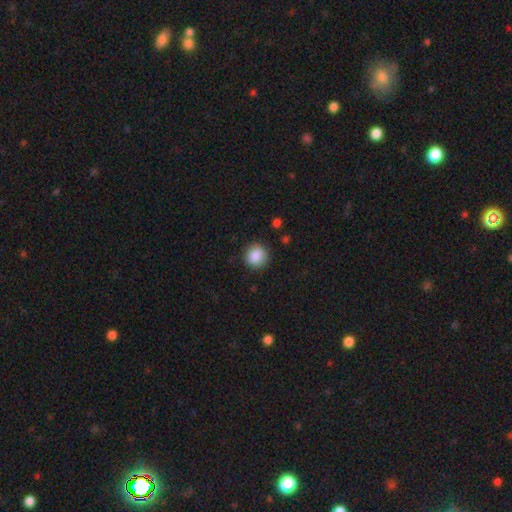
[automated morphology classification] Smooth or featured? Predicted: smooth (p=0.88). How rounded? Predicted: round (p=0.86). Merging? Predicted: none (p=0.86).